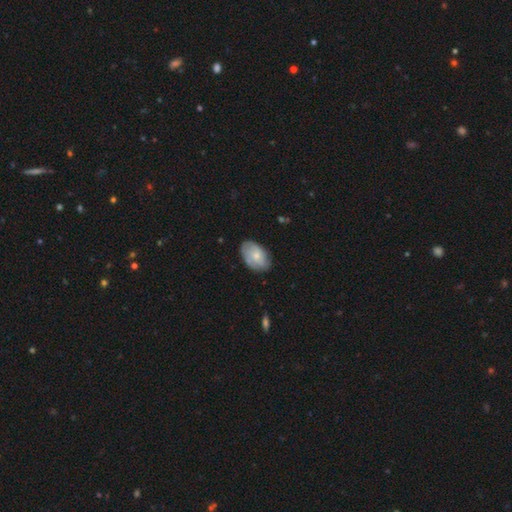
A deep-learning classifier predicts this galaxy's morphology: A smooth galaxy with no disk features (49%).

Vote fractions:
- Smooth or featured? smooth: 49% / featured or disk: 45% / star or artifact: 6%
- Merging? none: 73% / minor disturbance: 21% / major disturbance: 5% / merger: 1%